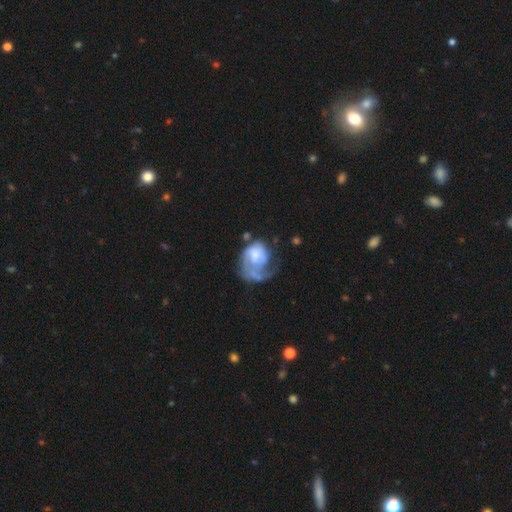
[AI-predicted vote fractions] Smooth or featured? Predicted: featured or disk (p=0.64). Edge-on disk? Predicted: no (p=0.98). Bar? Predicted: no (p=0.78). Spiral arms? Predicted: yes (p=0.75). Bulge size? Predicted: small (p=0.31). Merging? Predicted: major disturbance (p=0.50).